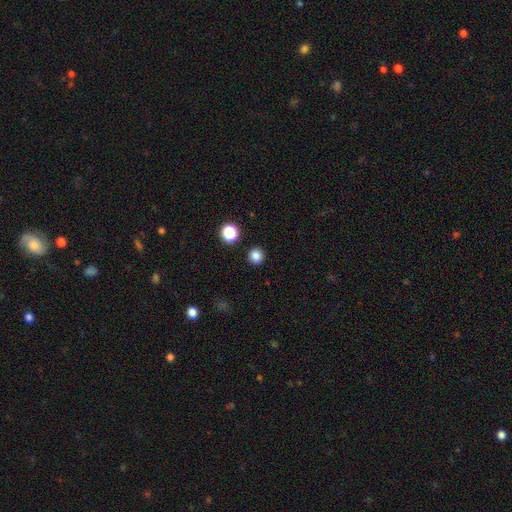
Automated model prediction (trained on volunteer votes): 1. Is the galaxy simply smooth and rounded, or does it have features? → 84% smooth, 13% star or artifact, 4% featured or disk.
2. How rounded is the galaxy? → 95% round, 4% in between, 1% cigar-shaped.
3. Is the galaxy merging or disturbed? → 93% none, 4% minor disturbance, 2% major disturbance, 2% merger.